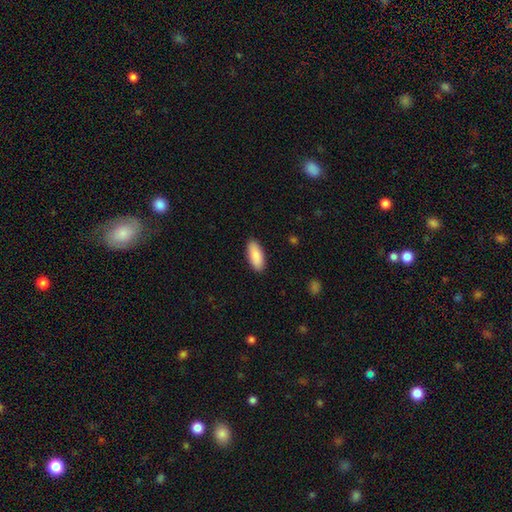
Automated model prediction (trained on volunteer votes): smooth_or_featured: smooth (p=0.89) [alt: featured or disk p=0.06]
how_rounded: in between (p=0.84) [alt: cigar-shaped p=0.15]
merging: none (p=0.90) [alt: minor disturbance p=0.08]